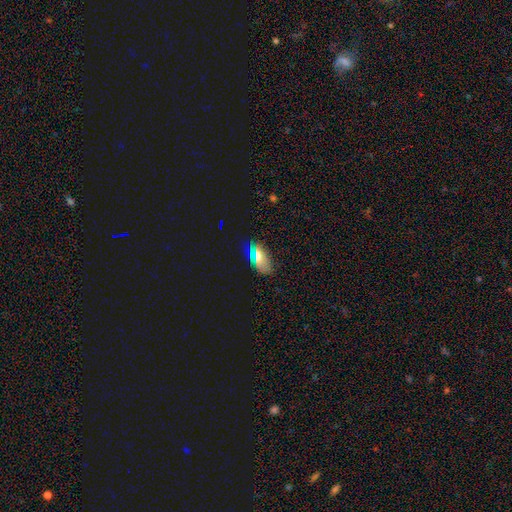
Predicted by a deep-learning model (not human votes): smooth-or-featured: smooth: 62% | star or artifact: 26% | featured or disk: 12%
  how-rounded: in between: 89% | round: 6% | cigar-shaped: 4%
  merging: none: 83% | minor disturbance: 12% | major disturbance: 3% | merger: 2%